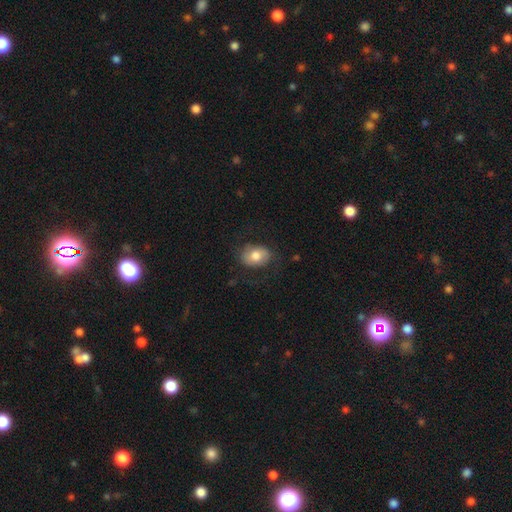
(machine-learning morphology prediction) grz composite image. It shows a smooth galaxy with no disk features (67%) that is in between round and cigar-shaped (67%). Merging: none (67%).